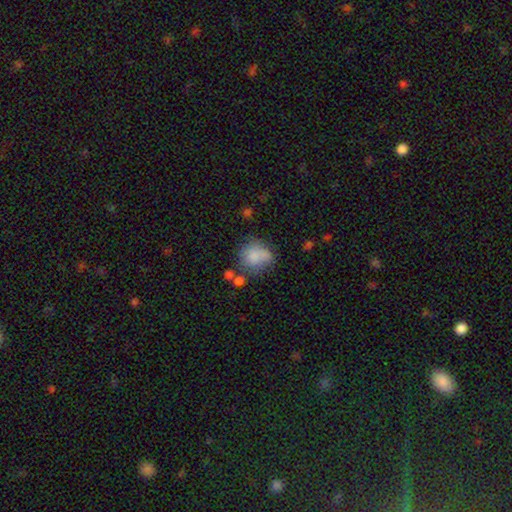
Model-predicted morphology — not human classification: This appears to be a smooth galaxy with no disk features (76%) that is round (72%). Merging: none (44%).